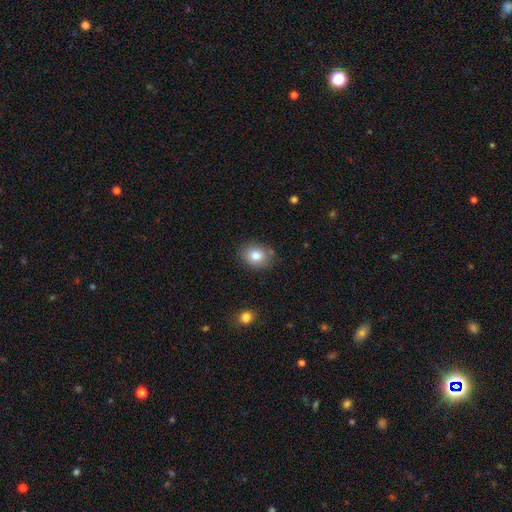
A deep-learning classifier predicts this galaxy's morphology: The model was most divided on "how rounded": round: 54%, in between: 45%, cigar-shaped: 1%. More confident: smooth or featured — smooth (82%); merging — none (82%).